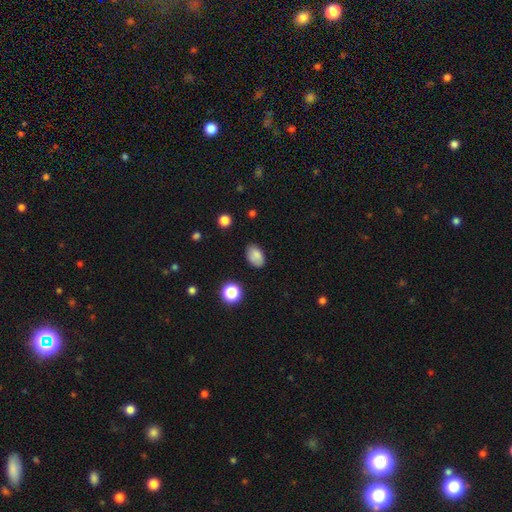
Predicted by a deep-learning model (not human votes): This is clearly a smooth galaxy (83%). How rounded: clearly in between (88%). Merging: clearly none (81%).